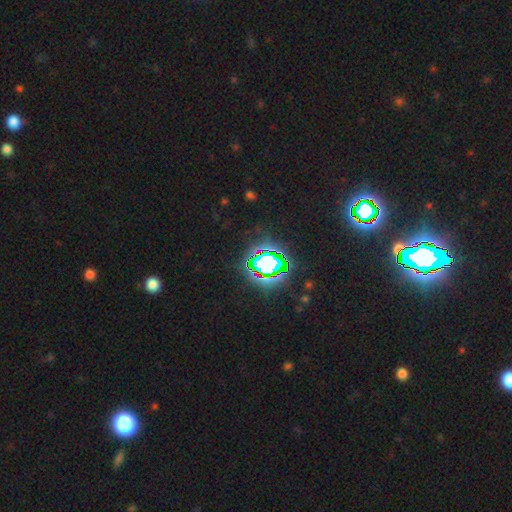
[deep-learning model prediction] Smooth or featured: star or artifact — 81% (smooth — 12%)